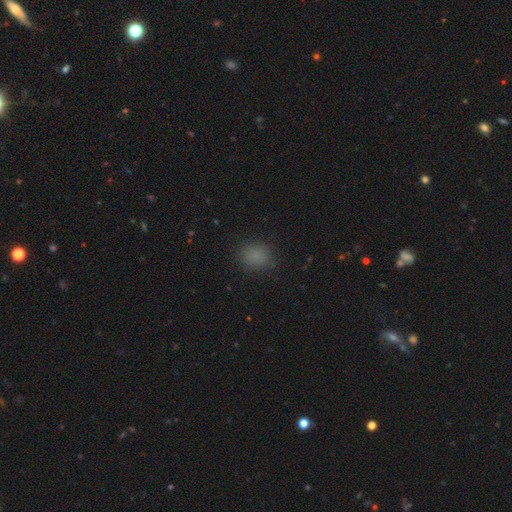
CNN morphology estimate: A smooth galaxy with no disk features (81%) that is round (51%). Merging: none (83%).